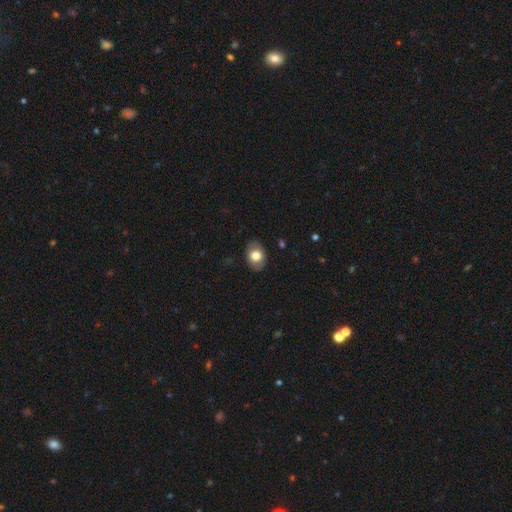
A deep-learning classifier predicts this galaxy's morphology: Q: Smooth or featured?
A: smooth (74%); runner-up: featured or disk (19%)
Q: How rounded?
A: in between (75%); runner-up: round (24%)
Q: Merging?
A: none (84%); runner-up: minor disturbance (12%)